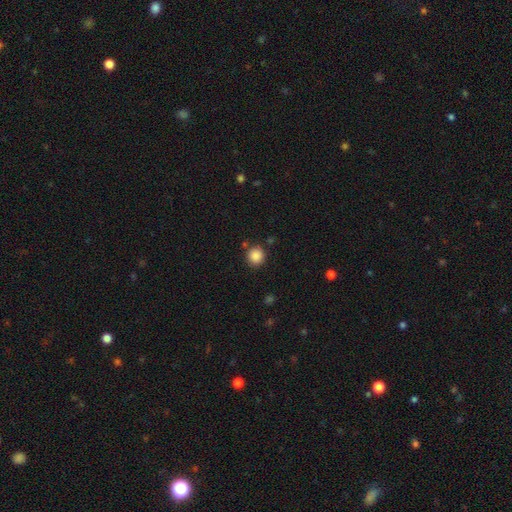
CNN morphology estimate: Smooth or featured?
  - smooth: 87% *
  - star or artifact: 10%
  - featured or disk: 3%
How rounded?
  - round: 92% *
  - in between: 7%
  - cigar-shaped: 1%
Merging?
  - none: 85% *
  - minor disturbance: 8%
  - merger: 4%
  - major disturbance: 3%